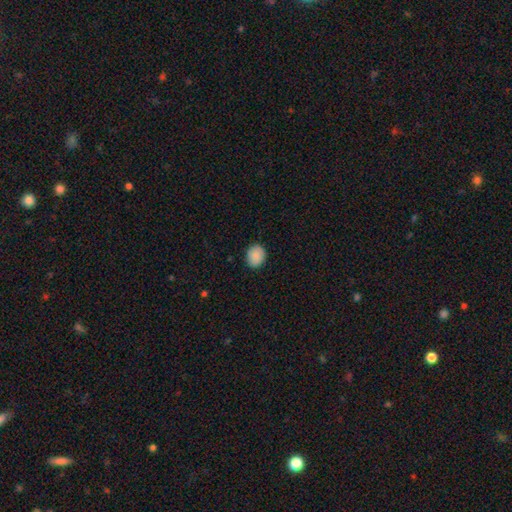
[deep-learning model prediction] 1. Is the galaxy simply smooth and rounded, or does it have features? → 89% smooth, 8% star or artifact, 3% featured or disk.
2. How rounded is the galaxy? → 57% round, 42% in between, 1% cigar-shaped.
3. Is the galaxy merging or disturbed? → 88% none, 9% minor disturbance, 2% major disturbance, 1% merger.